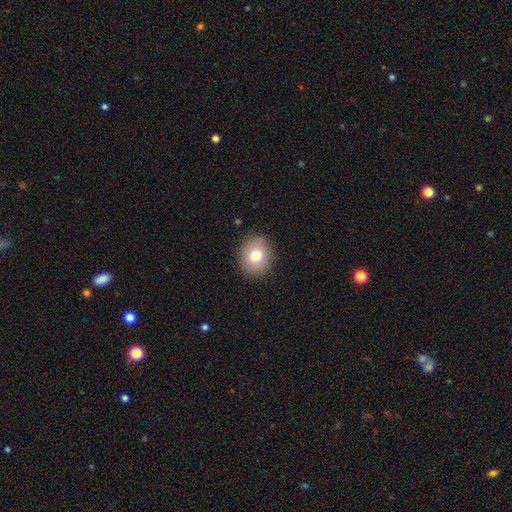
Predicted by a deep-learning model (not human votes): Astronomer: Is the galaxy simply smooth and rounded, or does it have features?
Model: smooth — 76%.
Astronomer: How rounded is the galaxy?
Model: round — 68%.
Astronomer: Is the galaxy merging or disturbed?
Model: none — 89%.